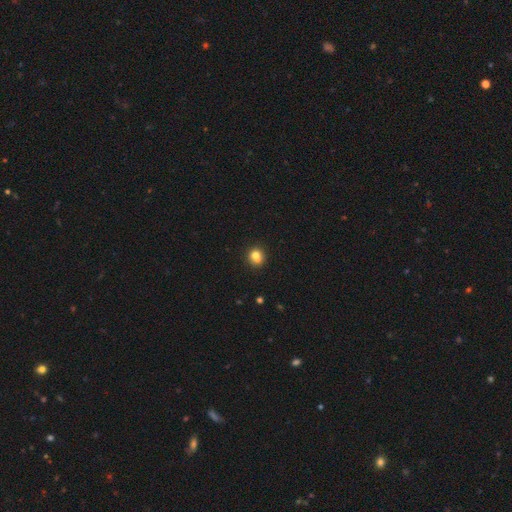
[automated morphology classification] A smooth galaxy with no disk features (79%) that is round (84%). Merging: none (74%).